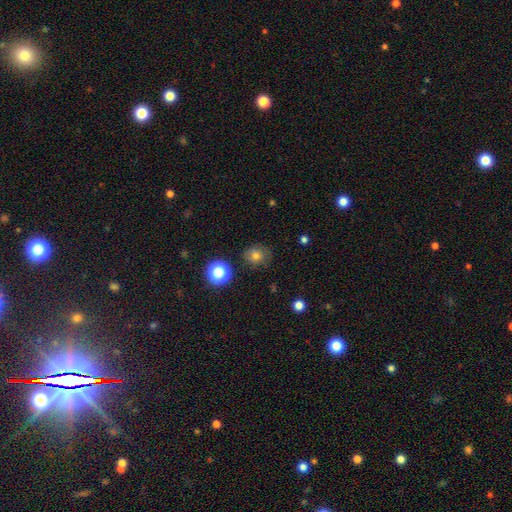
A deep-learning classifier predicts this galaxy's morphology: smooth-or-featured: smooth: 75% | star or artifact: 16% | featured or disk: 9%
  how-rounded: round: 82% | in between: 17% | cigar-shaped: 1%
  merging: none: 78% | minor disturbance: 15% | major disturbance: 5% | merger: 2%